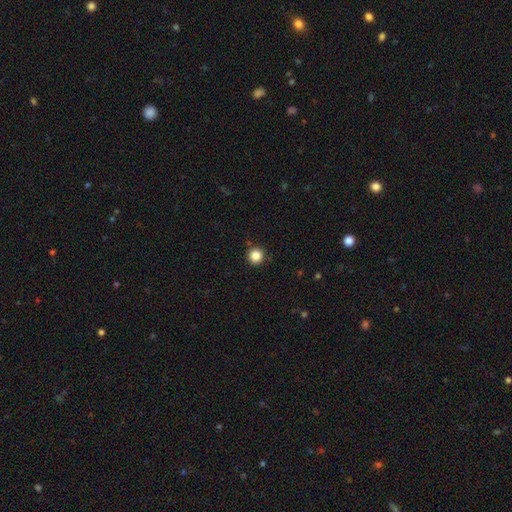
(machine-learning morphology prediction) Q: Smooth or featured?
A: smooth (85%); runner-up: star or artifact (11%)
Q: How rounded?
A: round (96%); runner-up: in between (3%)
Q: Merging?
A: none (92%); runner-up: minor disturbance (5%)